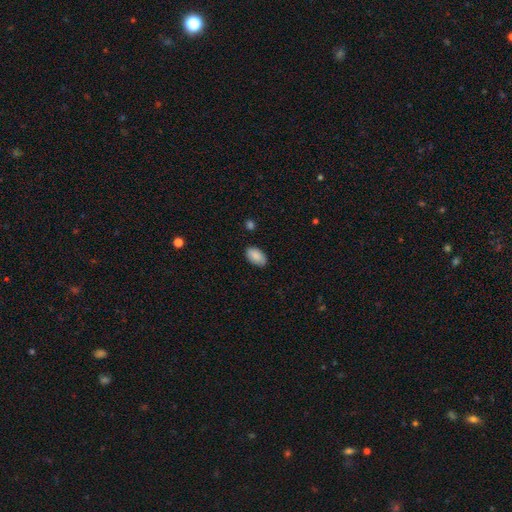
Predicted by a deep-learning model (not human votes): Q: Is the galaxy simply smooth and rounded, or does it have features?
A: smooth — 89%.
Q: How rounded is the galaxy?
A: in between — 94%.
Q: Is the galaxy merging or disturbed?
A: none — 85%.